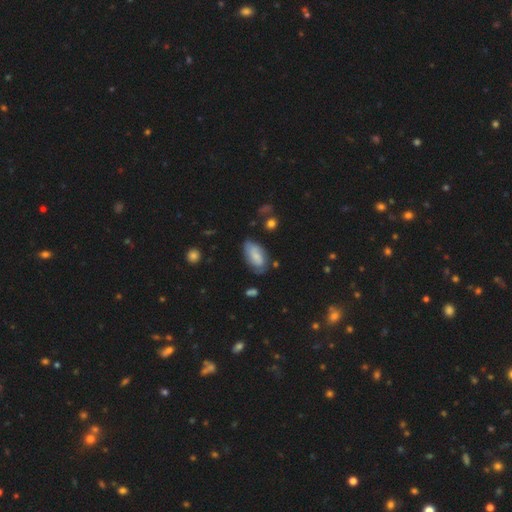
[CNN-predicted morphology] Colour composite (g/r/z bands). It shows a smooth galaxy with no disk features (64%) that is in between round and cigar-shaped (90%). Merging: none (60%).